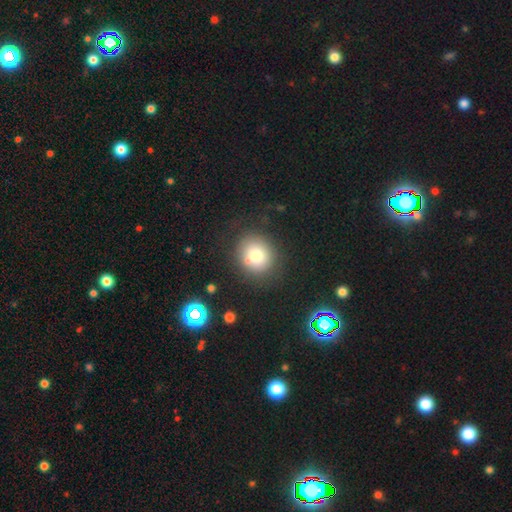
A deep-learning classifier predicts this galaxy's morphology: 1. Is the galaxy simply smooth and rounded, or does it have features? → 75% smooth, 12% star or artifact, 12% featured or disk.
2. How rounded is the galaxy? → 82% round, 18% in between, 1% cigar-shaped.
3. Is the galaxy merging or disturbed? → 78% none, 12% minor disturbance, 5% merger, 5% major disturbance.